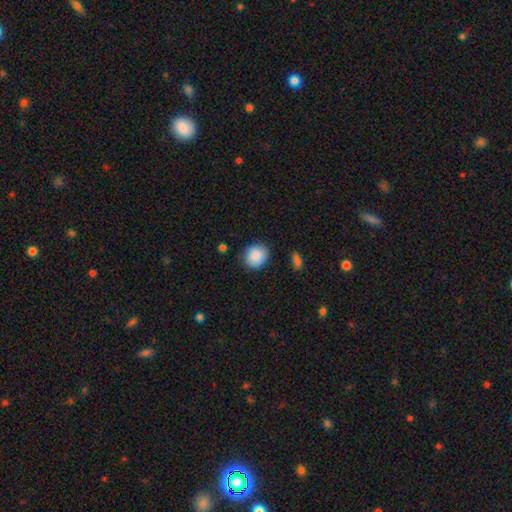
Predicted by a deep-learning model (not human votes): A smooth galaxy with no disk features (88%) that is round (80%).

Vote fractions:
- Smooth or featured? smooth: 88% / star or artifact: 7% / featured or disk: 5%
- How rounded? round: 80% / in between: 19% / cigar-shaped: 1%
- Merging? none: 84% / minor disturbance: 12% / major disturbance: 3% / merger: 2%